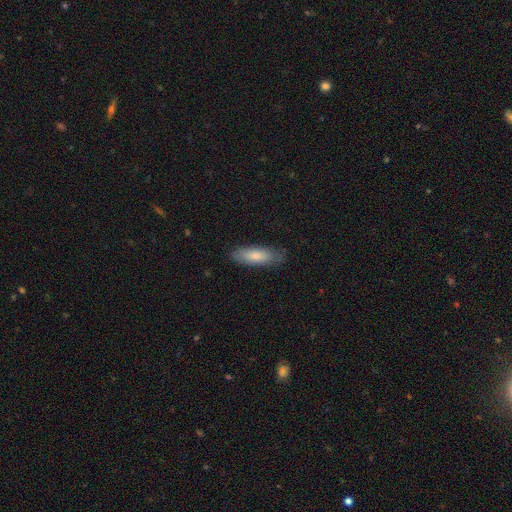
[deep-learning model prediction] Smooth or featured? smooth (78%)
How rounded? in between (59%)
Merging? none (80%)